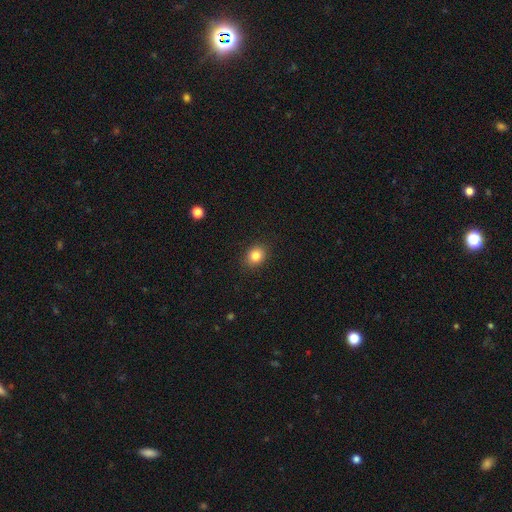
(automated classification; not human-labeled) Smooth or featured? smooth (83%)
How rounded? round (58%)
Merging? none (89%)